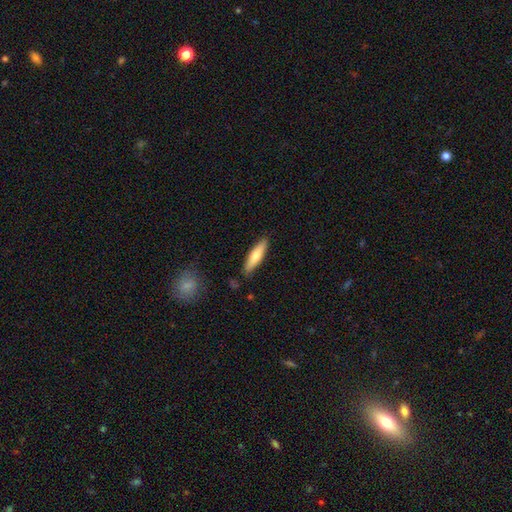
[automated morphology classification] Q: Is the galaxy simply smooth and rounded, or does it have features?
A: smooth — 72%.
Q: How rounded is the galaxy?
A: cigar-shaped — 71%.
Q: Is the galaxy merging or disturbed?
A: none — 86%.